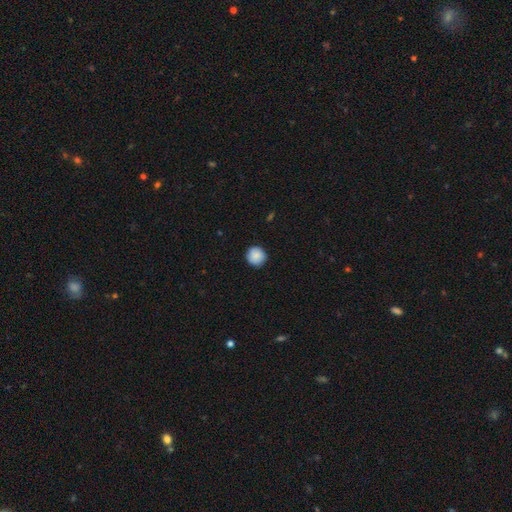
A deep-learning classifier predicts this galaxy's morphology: Smooth or featured? smooth (87%)
How rounded? round (94%)
Merging? none (89%)